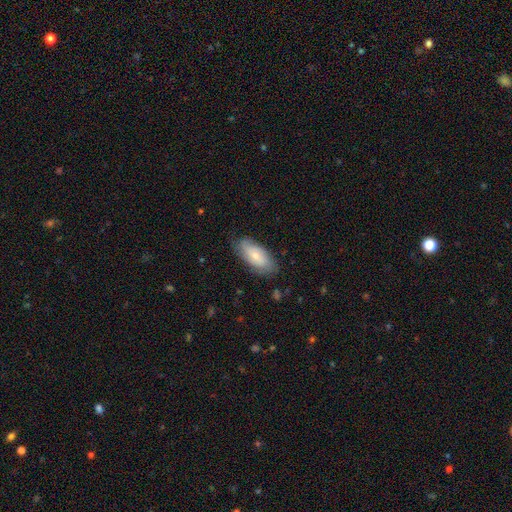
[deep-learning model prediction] This appears to be a smooth galaxy with no disk features (57%) that is in between round and cigar-shaped (87%). Merging: none (76%).